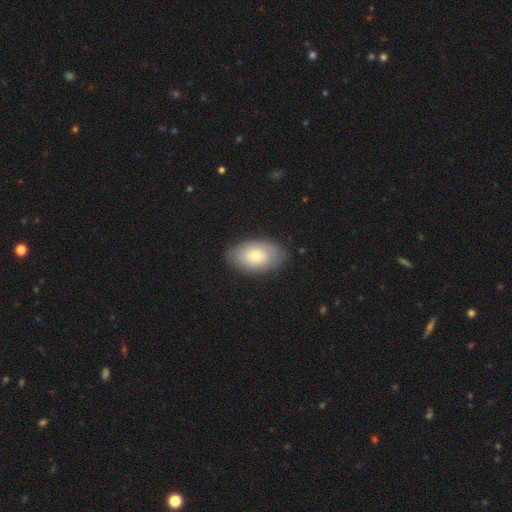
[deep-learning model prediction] The model was most divided on "smooth or featured": smooth: 58%, featured or disk: 36%, star or artifact: 6%. More confident: how rounded — in between (92%); merging — none (80%).